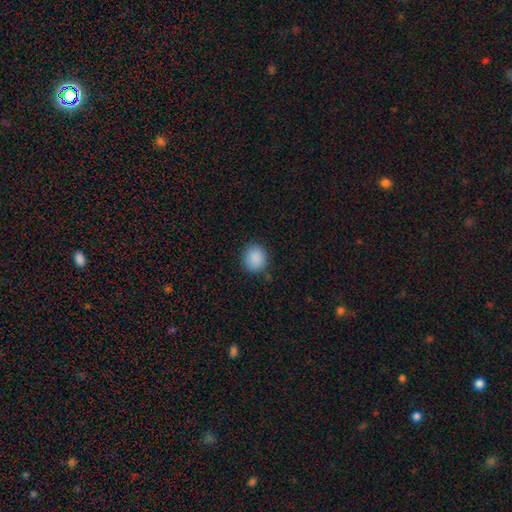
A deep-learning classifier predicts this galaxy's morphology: Smooth or featured? Predicted: smooth (p=0.89). How rounded? Predicted: round (p=0.80). Merging? Predicted: none (p=0.86).